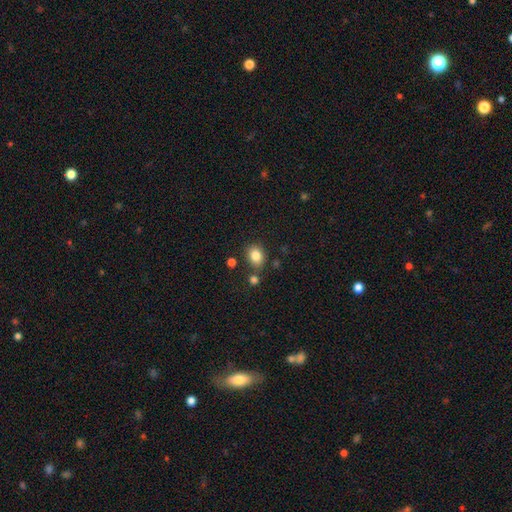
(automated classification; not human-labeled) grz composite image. It shows a smooth galaxy with no disk features (84%) that is in between round and cigar-shaped (52%). Merging: none (75%).